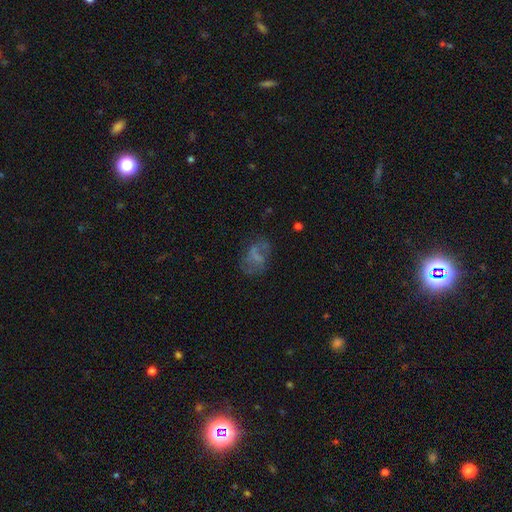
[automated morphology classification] smooth-or-featured: featured or disk: 47% | smooth: 39% | star or artifact: 15%
  merging: none: 53% | major disturbance: 21% | minor disturbance: 21% | merger: 4%